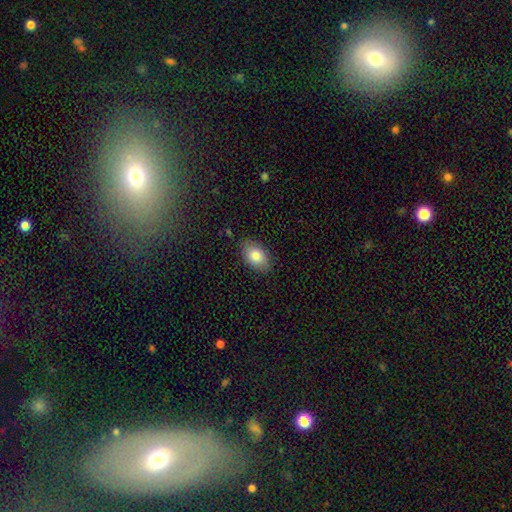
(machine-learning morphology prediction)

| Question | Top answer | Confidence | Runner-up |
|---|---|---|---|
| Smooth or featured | smooth | 82% | featured or disk (10%) |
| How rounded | in between | 87% | round (12%) |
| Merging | none | 83% | minor disturbance (13%) |